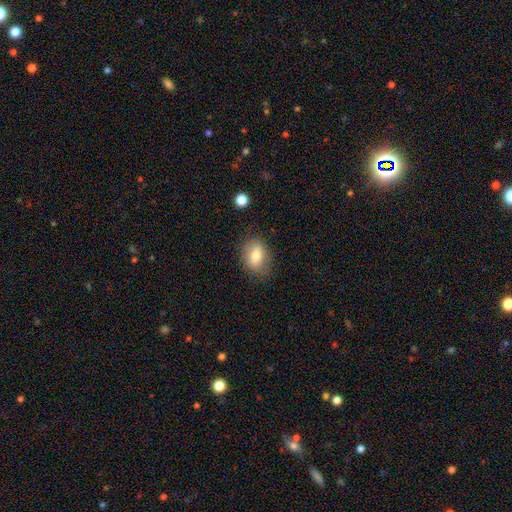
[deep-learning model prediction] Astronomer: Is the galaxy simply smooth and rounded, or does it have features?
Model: smooth — 75%.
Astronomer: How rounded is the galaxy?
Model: in between — 79%.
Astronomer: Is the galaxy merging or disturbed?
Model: none — 77%.